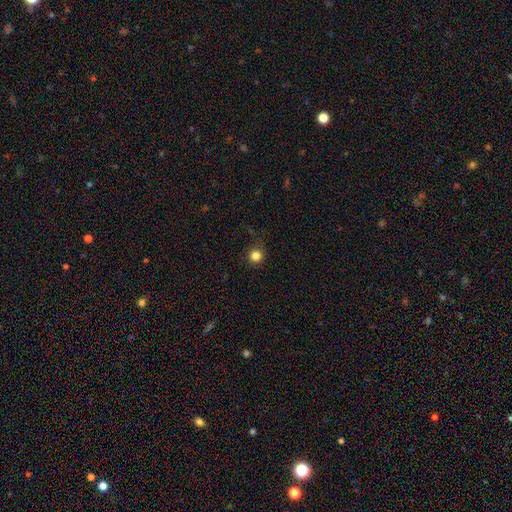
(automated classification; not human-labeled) smooth_or_featured: smooth (p=0.83) [alt: star or artifact p=0.13]
how_rounded: round (p=0.92) [alt: in between p=0.07]
merging: none (p=0.84) [alt: minor disturbance p=0.11]